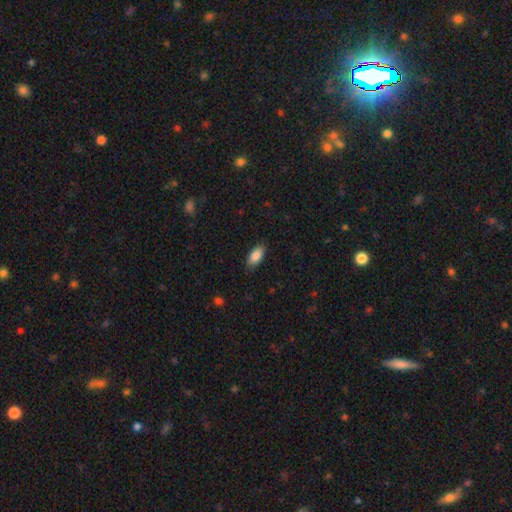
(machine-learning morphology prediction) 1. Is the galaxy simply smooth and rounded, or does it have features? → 87% smooth, 6% featured or disk, 6% star or artifact.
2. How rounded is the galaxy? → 89% in between, 9% cigar-shaped, 2% round.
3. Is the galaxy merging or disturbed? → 84% none, 13% minor disturbance, 3% major disturbance, 1% merger.